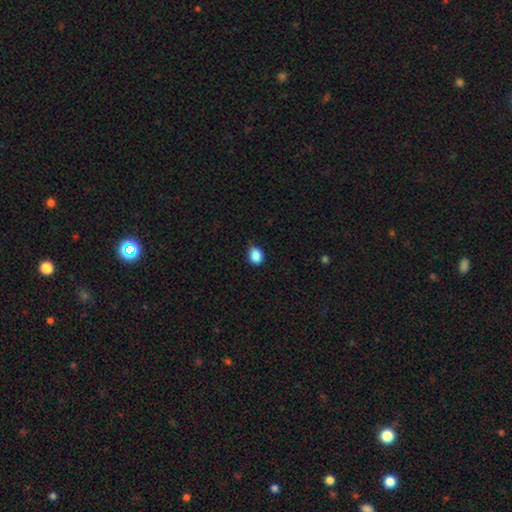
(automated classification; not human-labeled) A smooth galaxy with no disk features (88%) that is in between round and cigar-shaped (54%).

Vote fractions:
- Smooth or featured? smooth: 88% / star or artifact: 9% / featured or disk: 3%
- How rounded? in between: 54% / round: 45% / cigar-shaped: 1%
- Merging? none: 76% / minor disturbance: 20% / major disturbance: 3% / merger: 1%